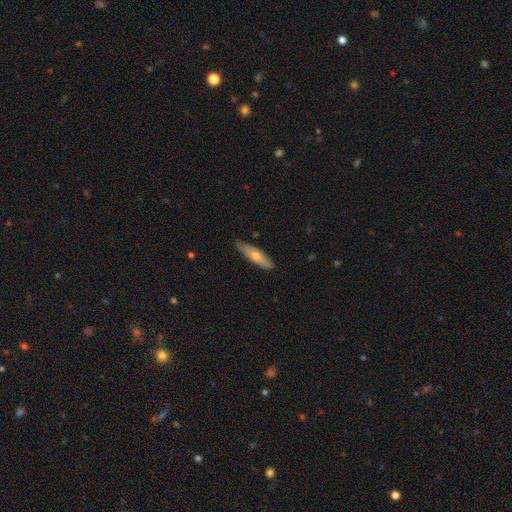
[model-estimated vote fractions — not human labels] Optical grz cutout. It shows a smooth galaxy with no disk features (55%) that is cigar-shaped (68%). Merging: none (83%).